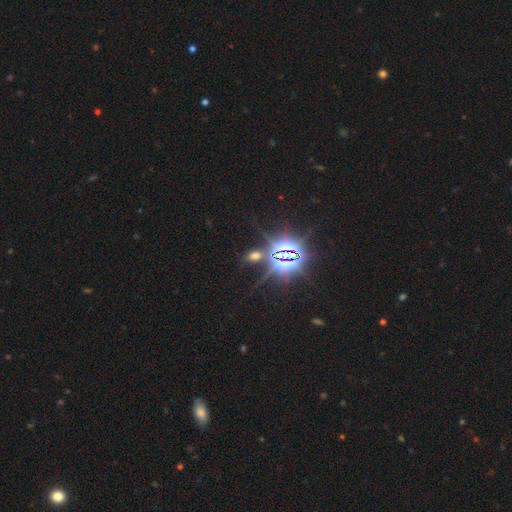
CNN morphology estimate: Smooth or featured: star or artifact — 55% (smooth — 34%)